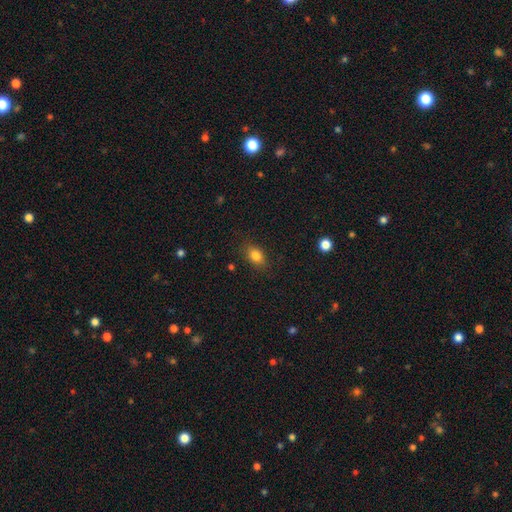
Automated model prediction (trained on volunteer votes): The model was most divided on "how rounded": in between: 79%, round: 19%, cigar-shaped: 2%. More confident: smooth or featured — smooth (83%); merging — none (83%).